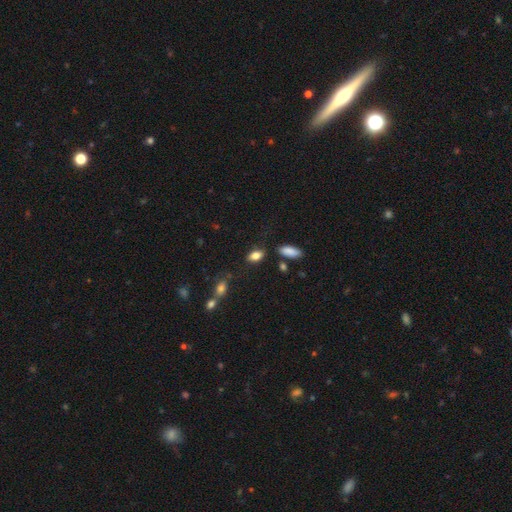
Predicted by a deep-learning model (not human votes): Smooth or featured? Predicted: smooth (p=0.83). How rounded? Predicted: in between (p=0.88). Merging? Predicted: none (p=0.76).